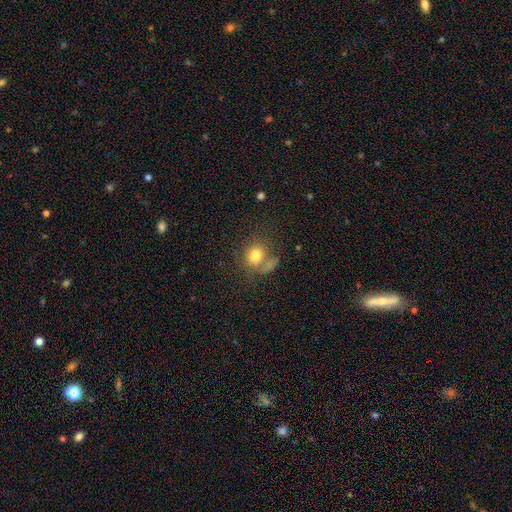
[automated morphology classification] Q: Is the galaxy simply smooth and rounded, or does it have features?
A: smooth — 77%.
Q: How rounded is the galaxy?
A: round — 65%.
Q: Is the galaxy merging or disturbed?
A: none — 49%.